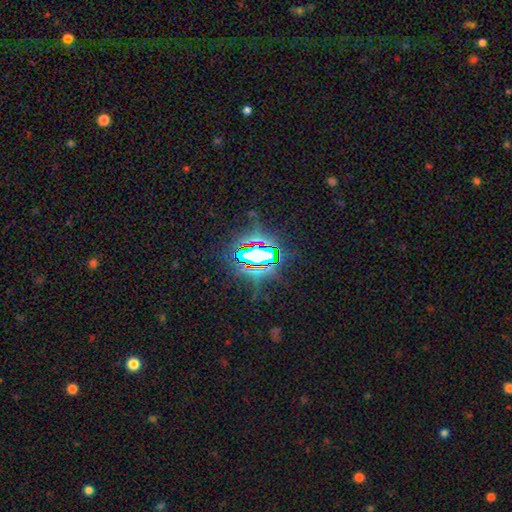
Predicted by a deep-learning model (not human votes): A star or artifact, not a galaxy (74%).